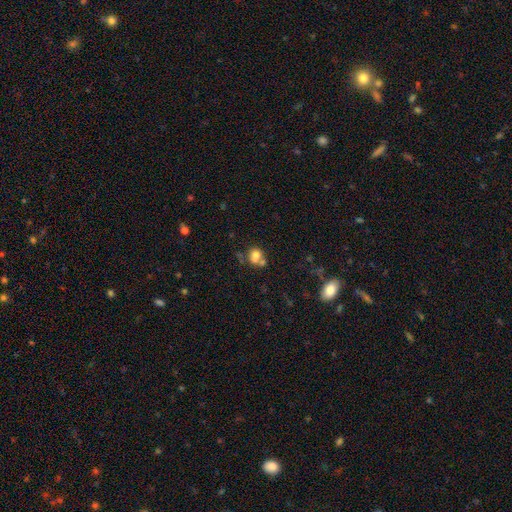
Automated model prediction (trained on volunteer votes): Overall: smooth (72%). How rounded: round (66%; in between 33%). Merging: merger (46%; none 37%).